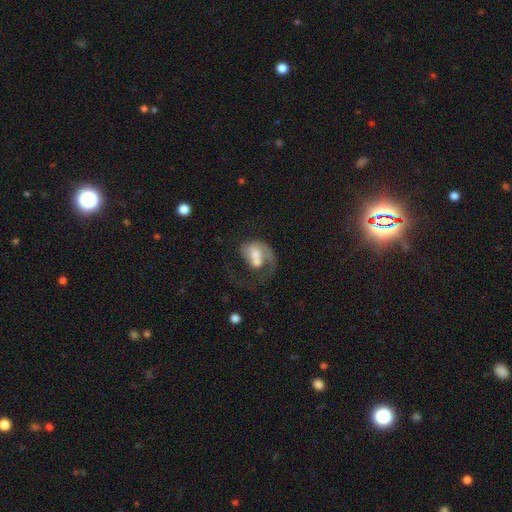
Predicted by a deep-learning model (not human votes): This appears to be a featured or disk galaxy (57%) with no bar (73%), spiral arms (67%) and a moderate central bulge (49%). Merging: merger (38%).